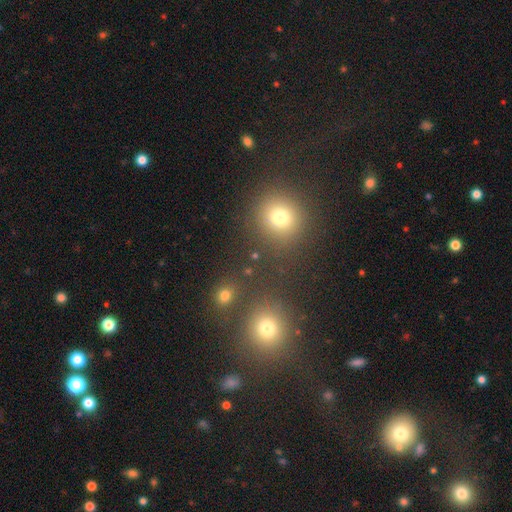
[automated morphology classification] This appears to be a smooth galaxy with no disk features (70%) that is round (86%). Merging: none (81%).